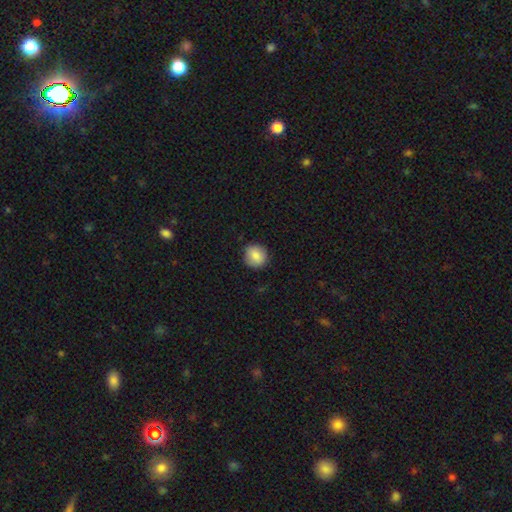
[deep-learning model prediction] Smooth or featured: smooth — 85% (star or artifact — 8%)
How rounded: round — 89% (in between — 10%)
Merging: none — 88% (minor disturbance — 9%)